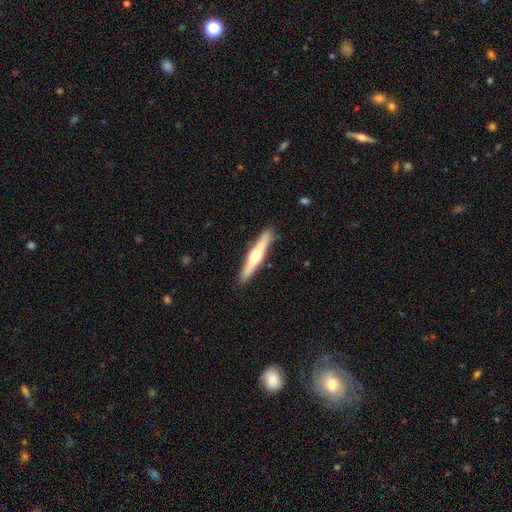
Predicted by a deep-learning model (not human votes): Morphology: type=featured or disk (57%); edge-on=yes (96%); edge-on bulge=rounded (89%); merging=none (89%).